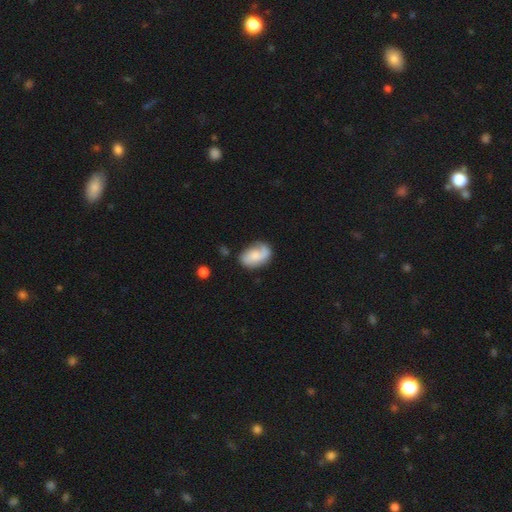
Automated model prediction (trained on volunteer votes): Q: Smooth or featured?
A: smooth (49%); runner-up: featured or disk (43%)
Q: Merging?
A: none (56%); runner-up: minor disturbance (27%)